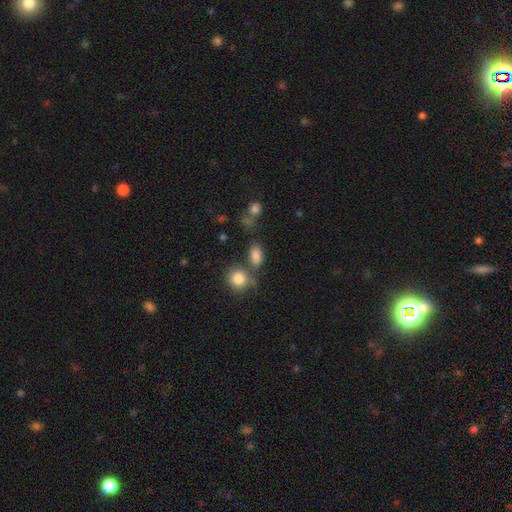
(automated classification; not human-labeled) Morphology: type=smooth (84%); roundness=in between (83%); merging=none (59%).